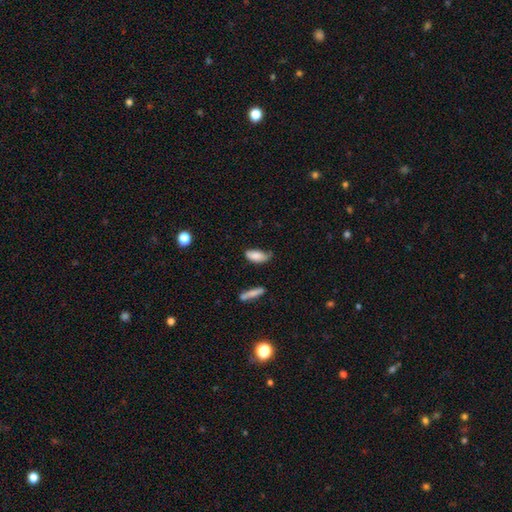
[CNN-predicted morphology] Smooth or featured? smooth (83%)
How rounded? in between (85%)
Merging? none (51%)